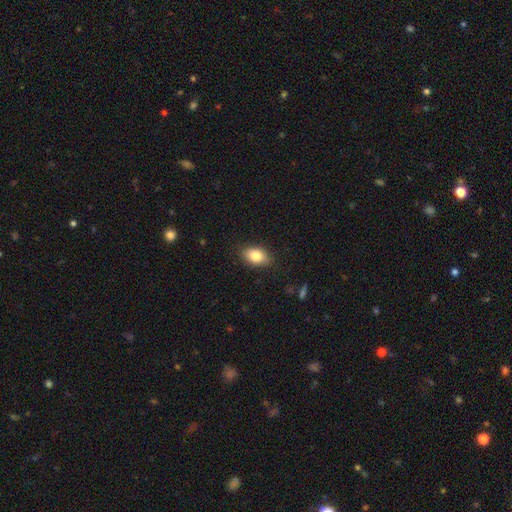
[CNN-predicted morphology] Smooth or featured? Predicted: smooth (p=0.83). How rounded? Predicted: in between (p=0.86). Merging? Predicted: none (p=0.86).